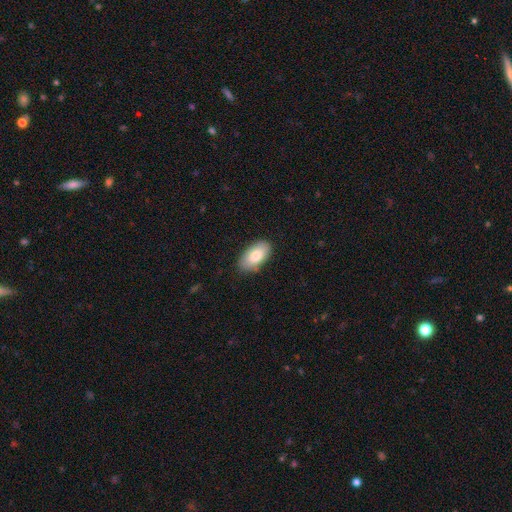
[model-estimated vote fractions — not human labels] A smooth galaxy with no disk features (82%) that is in between round and cigar-shaped (95%). Merging: none (84%).